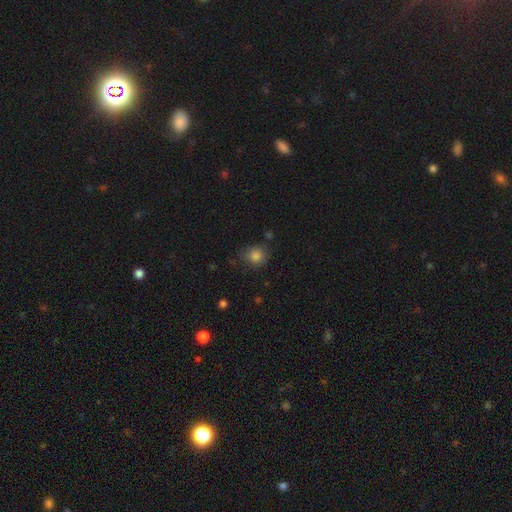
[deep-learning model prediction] A smooth galaxy with no disk features (84%) that is round (78%).

Vote fractions:
- Smooth or featured? smooth: 84% / star or artifact: 11% / featured or disk: 5%
- How rounded? round: 78% / in between: 21% / cigar-shaped: 1%
- Merging? none: 71% / minor disturbance: 20% / major disturbance: 6% / merger: 4%